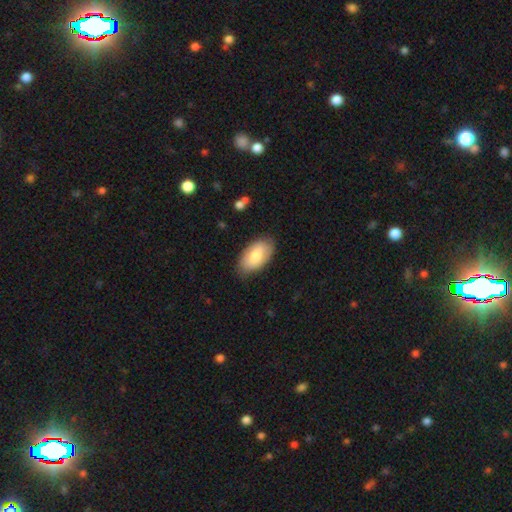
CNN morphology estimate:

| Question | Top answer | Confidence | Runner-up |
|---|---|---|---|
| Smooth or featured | smooth | 73% | featured or disk (21%) |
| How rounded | in between | 95% | round (4%) |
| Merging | none | 80% | minor disturbance (16%) |